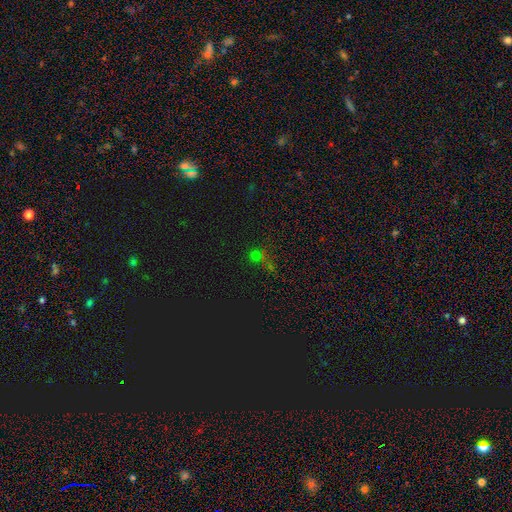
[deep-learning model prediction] This is possibly a star or artifact rather than a galaxy (58%).